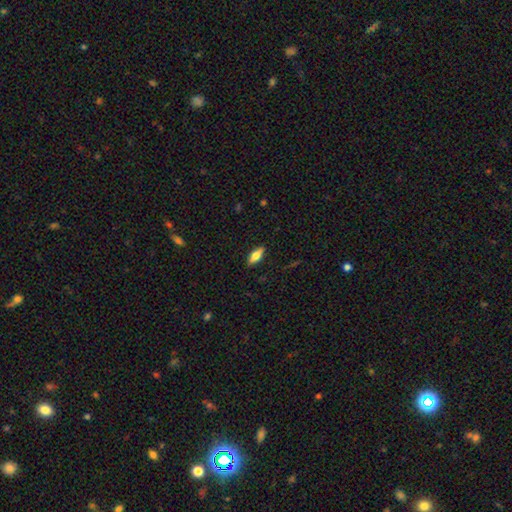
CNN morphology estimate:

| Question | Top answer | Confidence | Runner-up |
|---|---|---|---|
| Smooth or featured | smooth | 62% | featured or disk (31%) |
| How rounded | in between | 72% | cigar-shaped (26%) |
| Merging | none | 88% | minor disturbance (9%) |